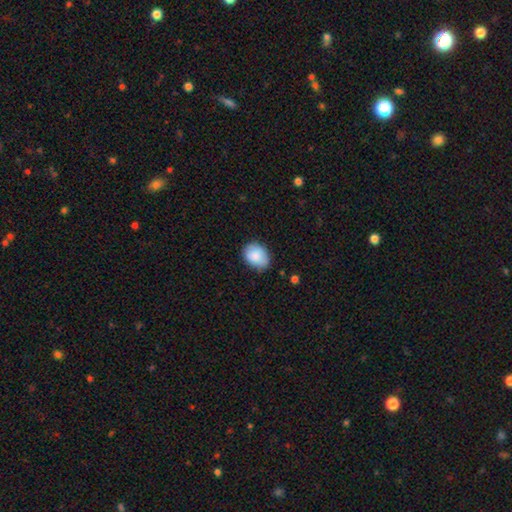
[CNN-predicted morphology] The model was most divided on "how rounded": in between: 66%, round: 33%, cigar-shaped: 1%. More confident: smooth or featured — smooth (86%); merging — none (72%).